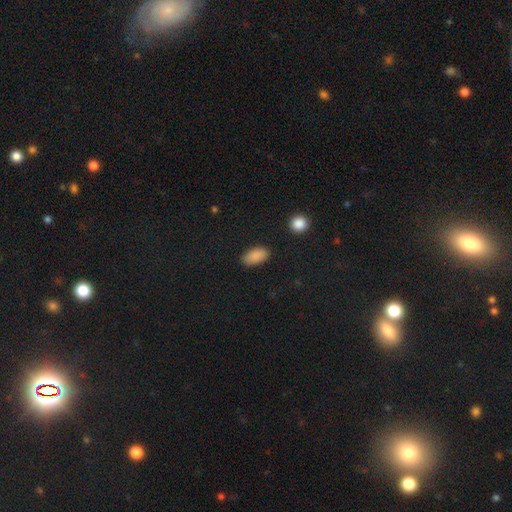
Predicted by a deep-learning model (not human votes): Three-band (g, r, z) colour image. It shows a smooth galaxy with no disk features (89%) that is in between round and cigar-shaped (93%). Merging: none (86%).